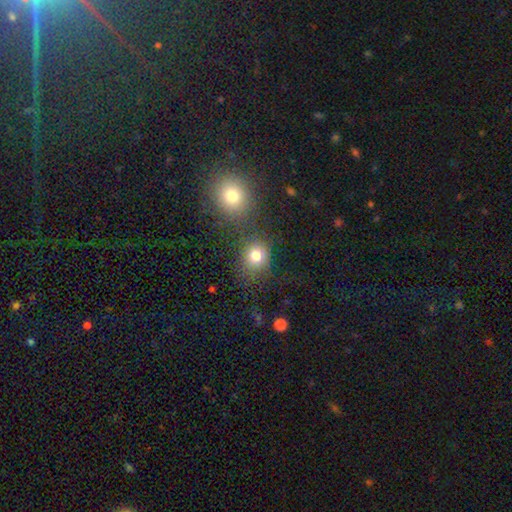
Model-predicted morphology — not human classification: This is likely a smooth galaxy (79%). How rounded: likely round (72%). Merging: likely none (67%).